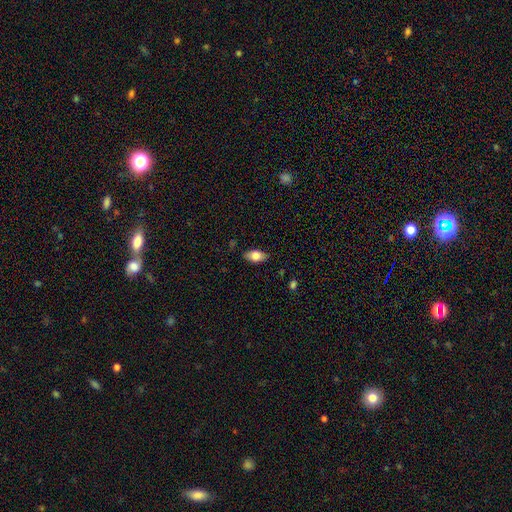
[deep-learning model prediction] Smooth or featured? smooth (74%)
How rounded? in between (88%)
Merging? none (84%)